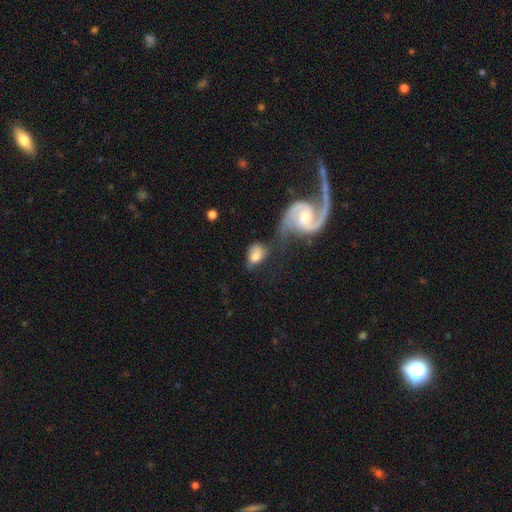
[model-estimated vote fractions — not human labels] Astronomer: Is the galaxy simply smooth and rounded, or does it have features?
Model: smooth — 57% (runner-up: featured or disk, 35%).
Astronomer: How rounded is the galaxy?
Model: in between — 73%.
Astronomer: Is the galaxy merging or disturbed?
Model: none — 36% (runner-up: merger, 28%).